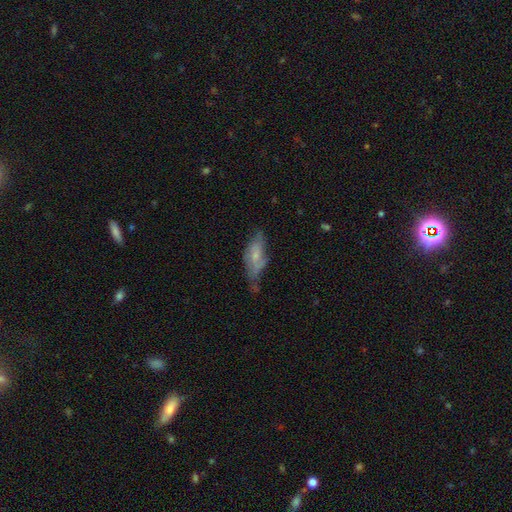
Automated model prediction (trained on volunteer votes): Q: Smooth or featured?
A: featured or disk (48%); runner-up: smooth (44%)
Q: Merging?
A: none (41%); runner-up: minor disturbance (35%)